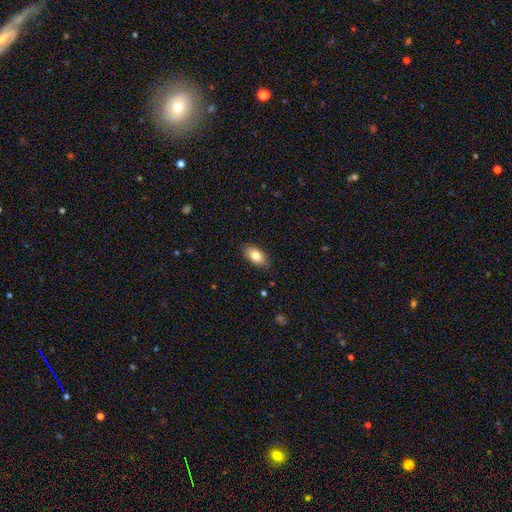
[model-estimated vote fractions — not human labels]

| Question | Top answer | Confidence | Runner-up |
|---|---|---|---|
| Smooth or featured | smooth | 83% | featured or disk (10%) |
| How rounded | in between | 91% | cigar-shaped (5%) |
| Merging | none | 86% | minor disturbance (11%) |